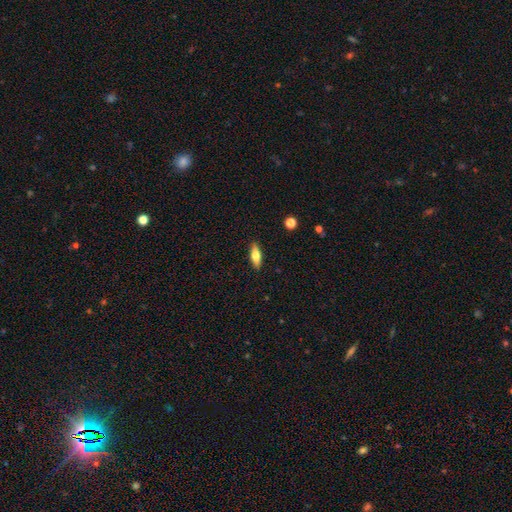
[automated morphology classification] Smooth or featured?
  - smooth: 63% *
  - featured or disk: 30%
  - star or artifact: 7%
How rounded?
  - in between: 58% *
  - cigar-shaped: 39%
  - round: 3%
Merging?
  - none: 89% *
  - minor disturbance: 8%
  - major disturbance: 2%
  - merger: 1%